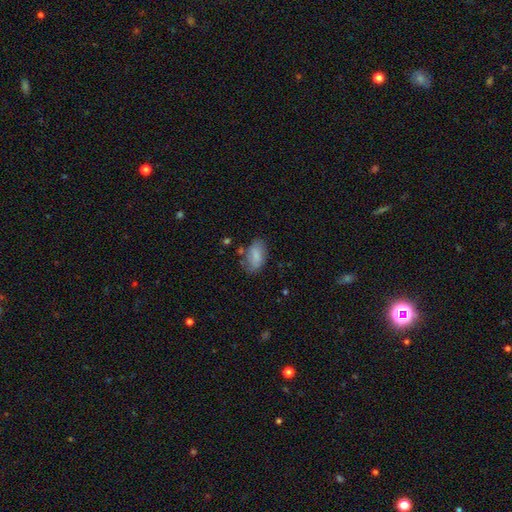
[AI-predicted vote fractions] smooth_or_featured: smooth (p=0.78) [alt: featured or disk p=0.15]
how_rounded: in between (p=0.92) [alt: round p=0.04]
merging: none (p=0.68) [alt: minor disturbance p=0.22]